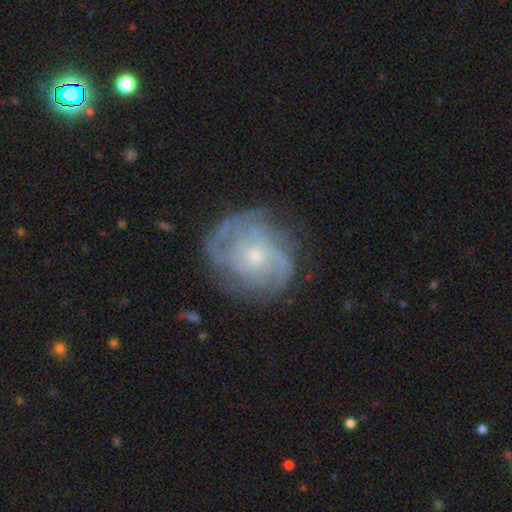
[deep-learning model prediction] smooth-or-featured: featured or disk: 80% | smooth: 11% | star or artifact: 9%
  disk-edge-on: no: 97% | yes: 3%
    bar: no: 73% | weak: 23% | strong: 4%
    has-spiral-arms: yes: 94% | no: 6%
      spiral-winding: tight: 61% | medium: 31% | loose: 8%
      spiral-arm-count: can't tell: 33% | 3: 21% | 2: 20% | 4: 13% | more than 4: 7% | 1: 6%
    bulge-size: small: 63% | moderate: 32% | none: 2% | large: 2% | dominant: 1%
  merging: none: 75% | minor disturbance: 17% | major disturbance: 7% | merger: 1%